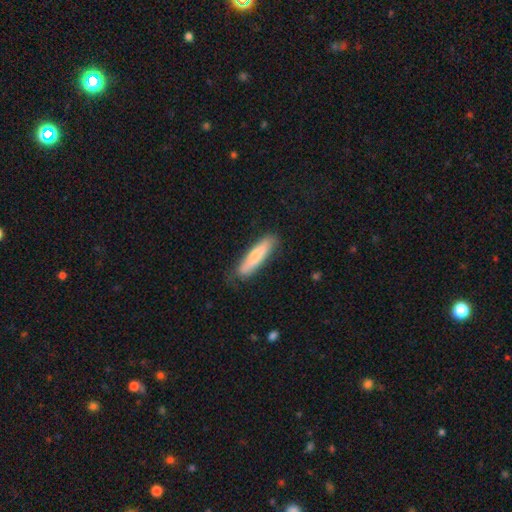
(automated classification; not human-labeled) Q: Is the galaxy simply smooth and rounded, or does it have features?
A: smooth — 75%.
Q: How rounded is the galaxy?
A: cigar-shaped — 78%.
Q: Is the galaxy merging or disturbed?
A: none — 79%.